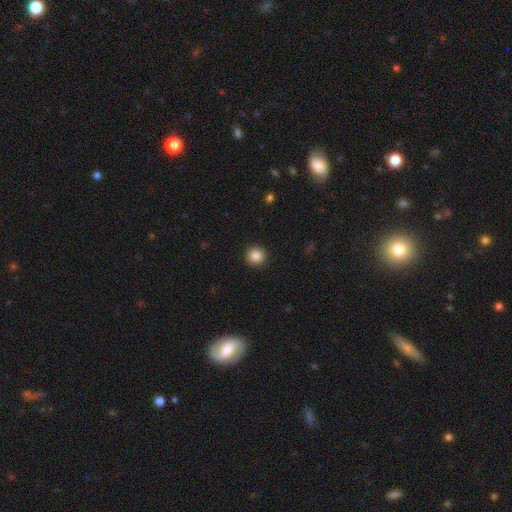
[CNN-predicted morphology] This appears to be a smooth galaxy with no disk features (86%) that is round (95%). Merging: none (93%).